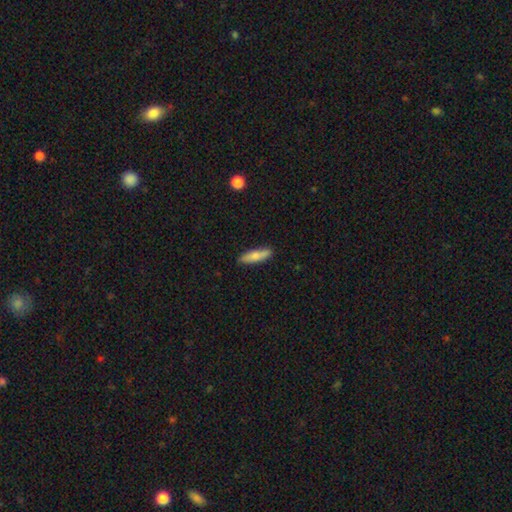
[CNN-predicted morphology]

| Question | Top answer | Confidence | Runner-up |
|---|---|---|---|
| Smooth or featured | smooth | 72% | featured or disk (22%) |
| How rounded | cigar-shaped | 64% | in between (34%) |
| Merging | none | 84% | minor disturbance (12%) |